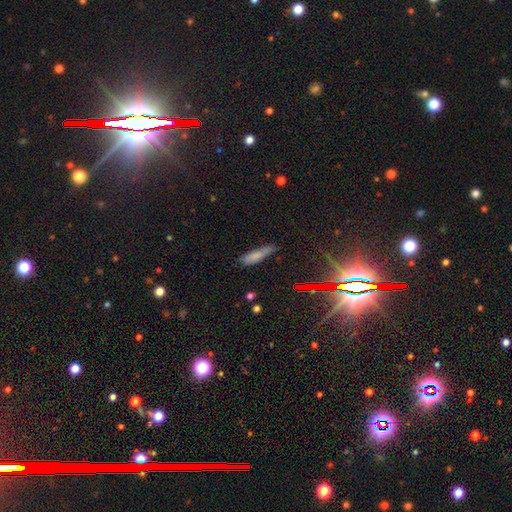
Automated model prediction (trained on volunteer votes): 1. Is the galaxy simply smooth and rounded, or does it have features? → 72% smooth, 16% featured or disk, 12% star or artifact.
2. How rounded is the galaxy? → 74% cigar-shaped, 24% in between, 2% round.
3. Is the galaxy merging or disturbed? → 67% none, 25% minor disturbance, 5% major disturbance, 2% merger.